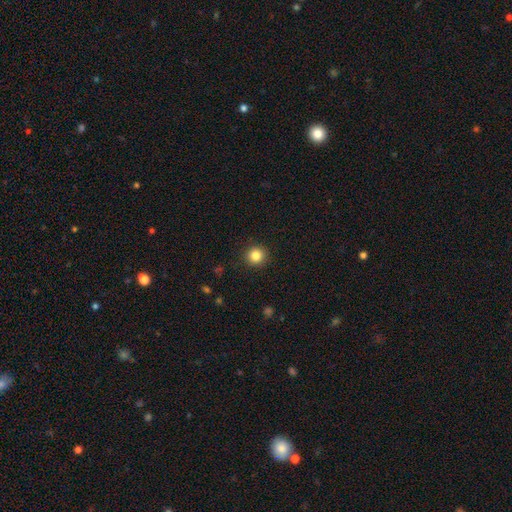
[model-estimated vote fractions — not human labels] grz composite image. It shows a smooth galaxy with no disk features (84%) that is round (94%). Merging: none (92%).